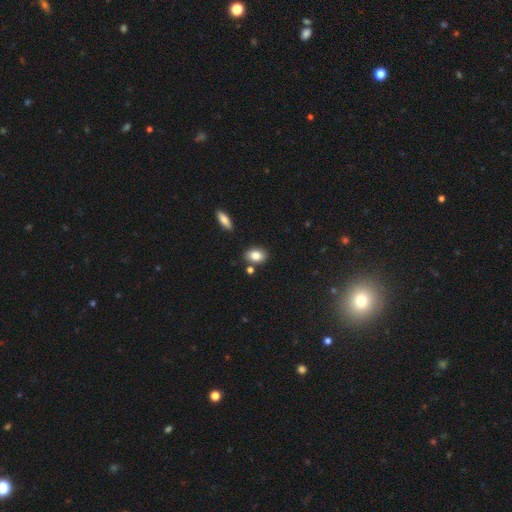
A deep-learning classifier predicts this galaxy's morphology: This is clearly a smooth galaxy (83%). How rounded: likely in between (79%). Merging: likely none (78%).